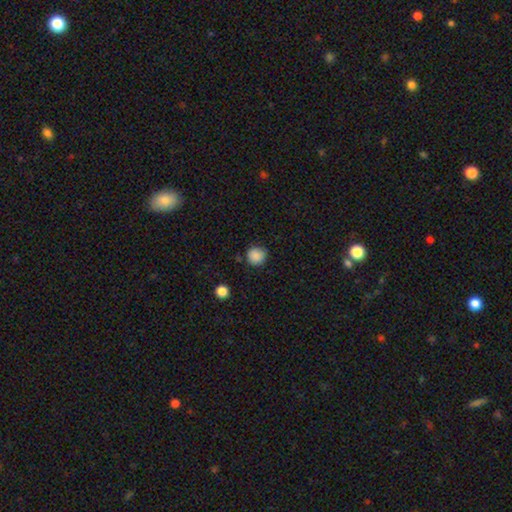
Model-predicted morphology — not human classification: smooth-or-featured: smooth: 87% | star or artifact: 10% | featured or disk: 4%
  how-rounded: round: 93% | in between: 6% | cigar-shaped: 1%
  merging: none: 82% | minor disturbance: 13% | major disturbance: 3% | merger: 2%